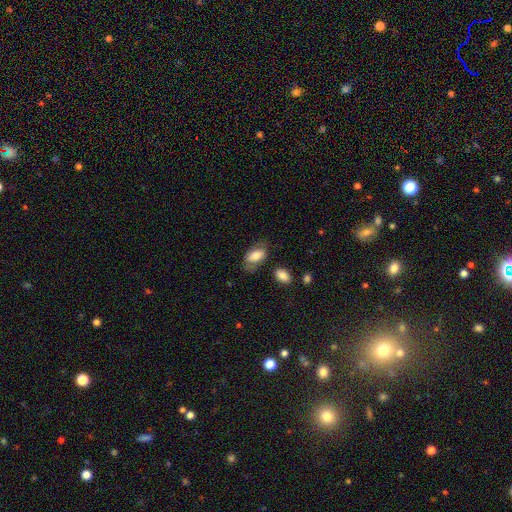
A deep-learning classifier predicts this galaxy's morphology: Smooth or featured?
  - smooth: 71% *
  - featured or disk: 22%
  - star or artifact: 7%
How rounded?
  - in between: 91% *
  - round: 6%
  - cigar-shaped: 3%
Merging?
  - none: 60% *
  - minor disturbance: 23%
  - major disturbance: 13%
  - merger: 5%